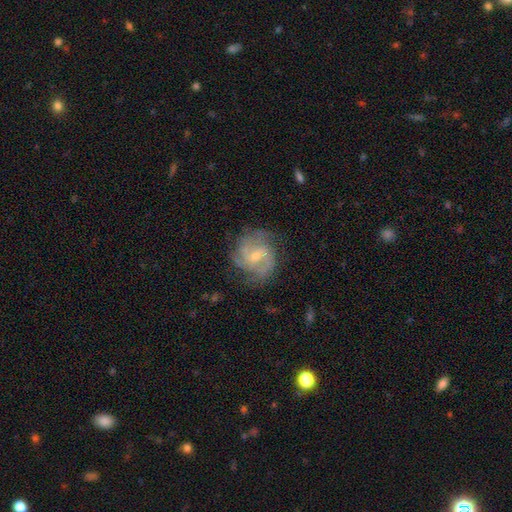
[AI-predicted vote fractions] Smooth or featured?
  - featured or disk: 81% *
  - smooth: 12%
  - star or artifact: 6%
Edge-on disk?
  - no: 98% *
  - yes: 2%
Bar?
  - weak: 51% *
  - no: 38%
  - strong: 11%
Spiral arms?
  - yes: 94% *
  - no: 6%
Spiral winding?
  - medium: 48% *
  - tight: 38%
  - loose: 14%
Spiral arm count?
  - 2: 40% *
  - 3: 25%
  - can't tell: 20%
  - 4: 7%
  - 1: 4%
  - more than 4: 4%
Bulge size?
  - small: 58% *
  - moderate: 37%
  - none: 2%
  - large: 1%
  - dominant: 1%
Merging?
  - none: 71% *
  - minor disturbance: 19%
  - major disturbance: 9%
  - merger: 1%